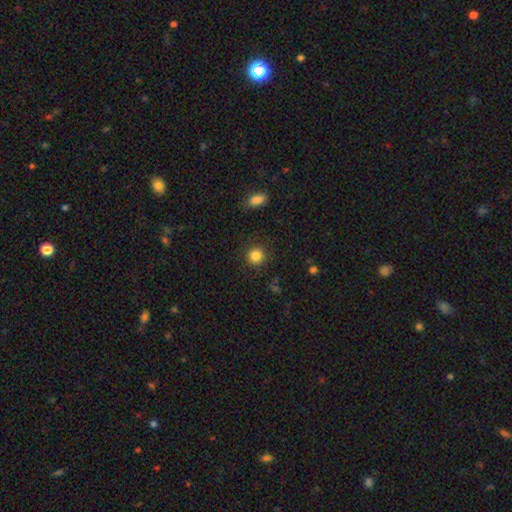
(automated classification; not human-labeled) A smooth galaxy with no disk features (84%) that is round (92%).

Vote fractions:
- Smooth or featured? smooth: 84% / star or artifact: 11% / featured or disk: 4%
- How rounded? round: 92% / in between: 7% / cigar-shaped: 1%
- Merging? none: 90% / minor disturbance: 6% / major disturbance: 2% / merger: 1%